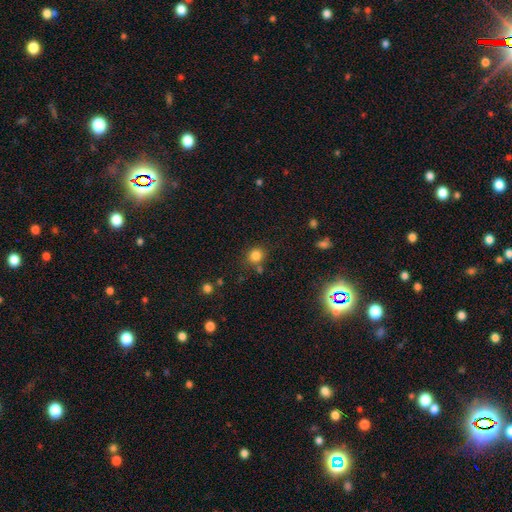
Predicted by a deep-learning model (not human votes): Overall: smooth (82%). How rounded: round (85%). Merging: none (77%).